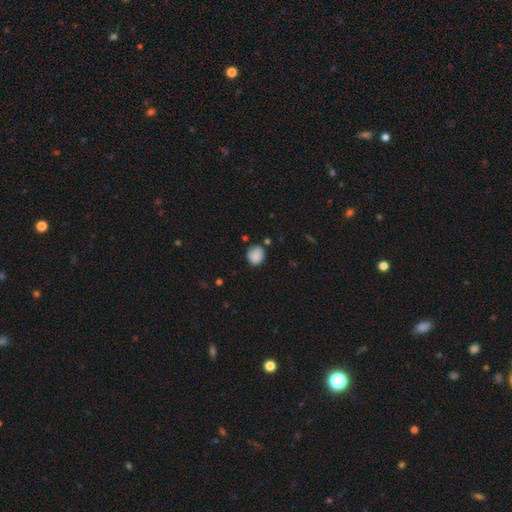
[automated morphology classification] This is clearly a smooth galaxy (83%). How rounded: likely round (72%). Merging: likely none (69%).